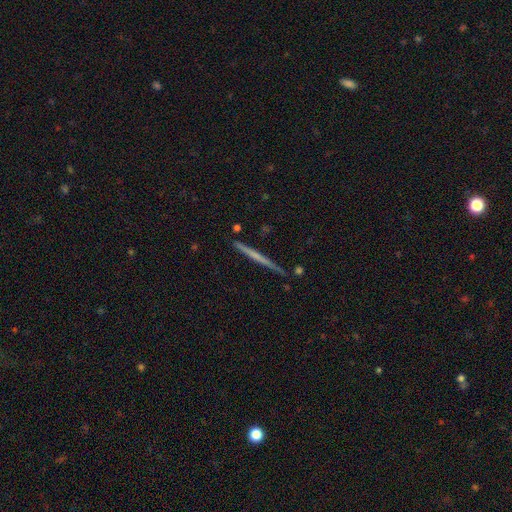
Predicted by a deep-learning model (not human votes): Smooth or featured? featured or disk (57%)
Edge-on disk? yes (98%)
Edge-on bulge? none (83%)
Merging? none (88%)